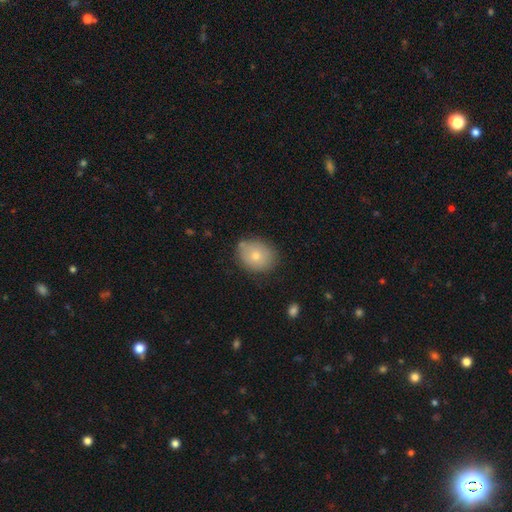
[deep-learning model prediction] Smooth or featured? smooth (74%)
How rounded? in between (50%)
Merging? none (74%)